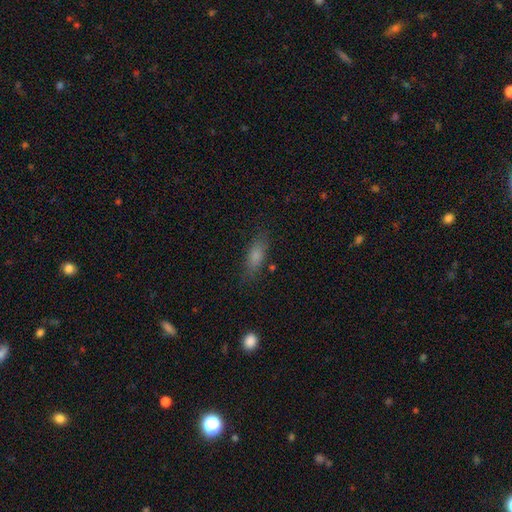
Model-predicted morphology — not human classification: This is likely a smooth galaxy (78%). How rounded: likely in between (67%). Merging: likely none (78%).